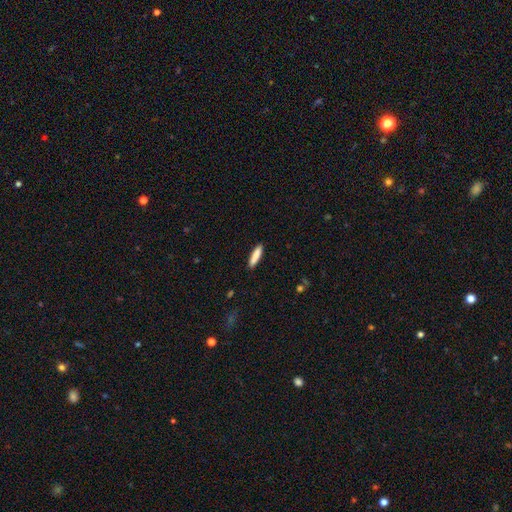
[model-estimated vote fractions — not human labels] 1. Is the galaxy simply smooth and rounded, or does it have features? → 84% smooth, 9% featured or disk, 6% star or artifact.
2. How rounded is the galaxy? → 81% cigar-shaped, 17% in between, 1% round.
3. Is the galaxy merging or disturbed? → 89% none, 8% minor disturbance, 2% major disturbance, 1% merger.